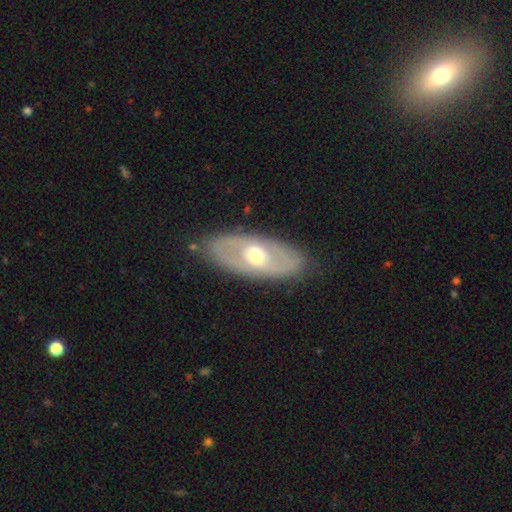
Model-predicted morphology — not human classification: A featured or disk galaxy (65%) with no bar (69%), no spiral arms (64%) and a moderate central bulge (72%).

Vote fractions:
- Smooth or featured? featured or disk: 65% / smooth: 30% / star or artifact: 5%
- Edge-on disk? no: 84% / yes: 16%
- Bar? no: 69% / weak: 23% / strong: 8%
- Spiral arms? no: 64% / yes: 36%
- Bulge size? moderate: 72% / small: 18% / large: 9% / dominant: 1% / none: 1%
- Merging? none: 84% / minor disturbance: 12% / major disturbance: 3% / merger: 1%